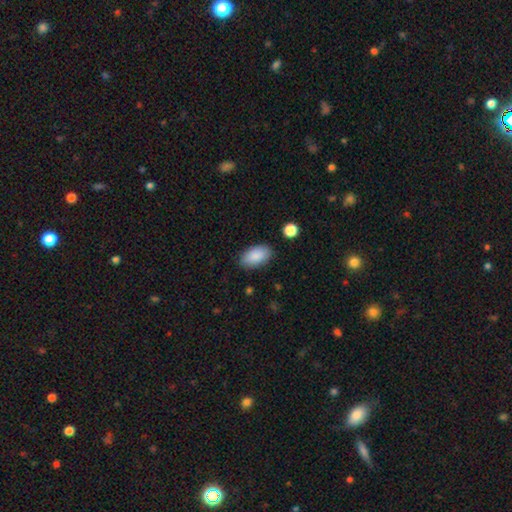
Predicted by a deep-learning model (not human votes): A smooth galaxy with no disk features (88%) that is in between round and cigar-shaped (95%).

Vote fractions:
- Smooth or featured? smooth: 88% / star or artifact: 6% / featured or disk: 5%
- How rounded? in between: 95% / round: 3% / cigar-shaped: 2%
- Merging? none: 86% / minor disturbance: 10% / major disturbance: 2% / merger: 2%